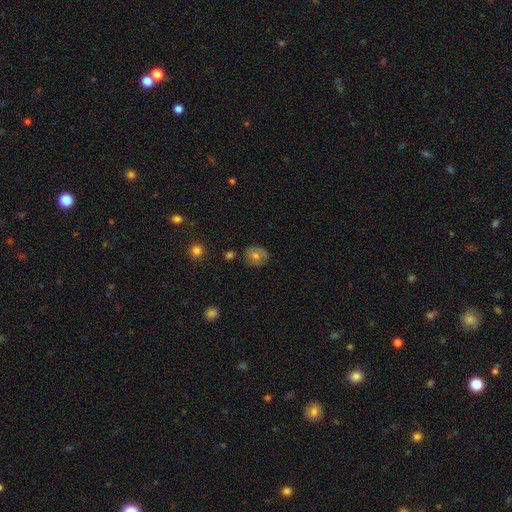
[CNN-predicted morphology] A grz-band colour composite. It shows a smooth galaxy with no disk features (65%) that is round (81%). Merging: none (82%).